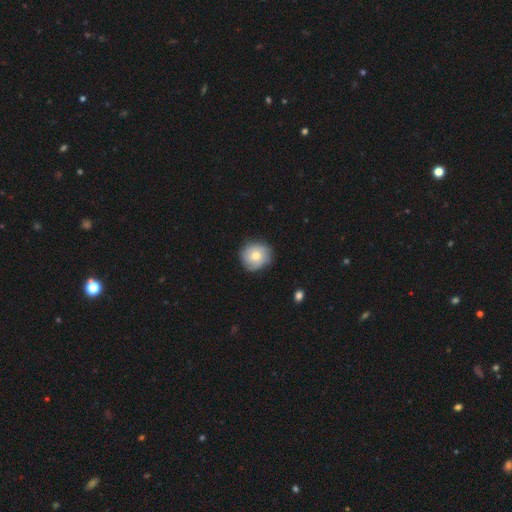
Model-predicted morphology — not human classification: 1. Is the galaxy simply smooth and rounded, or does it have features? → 64% smooth, 29% featured or disk, 7% star or artifact.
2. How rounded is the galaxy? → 88% round, 11% in between, 1% cigar-shaped.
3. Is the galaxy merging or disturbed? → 78% none, 17% minor disturbance, 4% major disturbance, 1% merger.